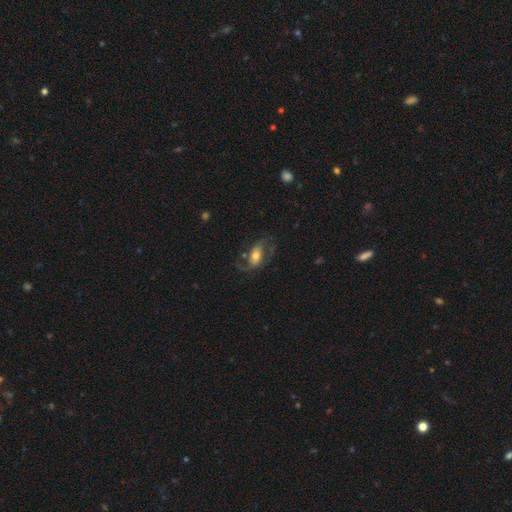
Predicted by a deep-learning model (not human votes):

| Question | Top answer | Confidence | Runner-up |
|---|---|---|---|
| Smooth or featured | featured or disk | 69% | smooth (24%) |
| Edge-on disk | no | 95% | yes (5%) |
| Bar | no | 41% | weak (35%) |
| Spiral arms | yes | 88% | no (12%) |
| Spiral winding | loose | 48% | medium (41%) |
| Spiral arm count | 2 | 85% | 1 (6%) |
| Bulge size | moderate | 61% | small (23%) |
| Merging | none | 59% | major disturbance (20%) |